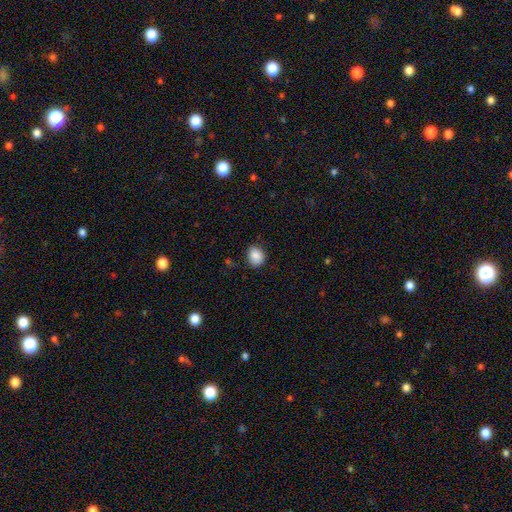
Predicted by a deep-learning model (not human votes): This is clearly a smooth galaxy (87%). How rounded: possibly round (51%). Merging: likely none (79%).